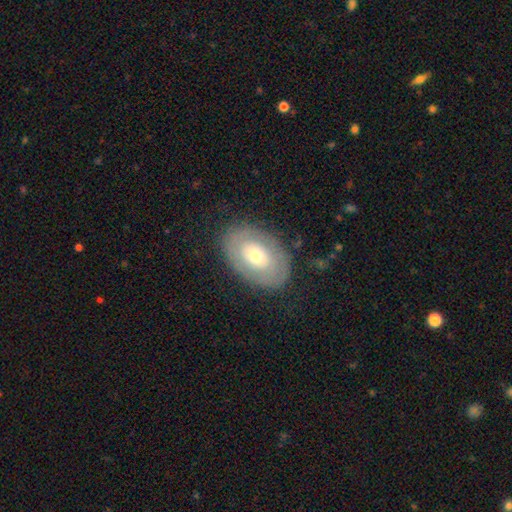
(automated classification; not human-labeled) A featured or disk galaxy (50%).

Vote fractions:
- Smooth or featured? featured or disk: 50% / smooth: 44% / star or artifact: 7%
- Merging? none: 81% / minor disturbance: 12% / major disturbance: 5% / merger: 1%